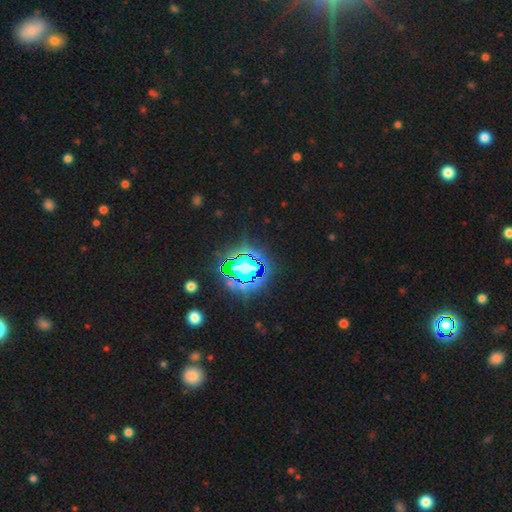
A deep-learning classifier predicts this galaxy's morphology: This is clearly a star or artifact rather than a galaxy (84%).